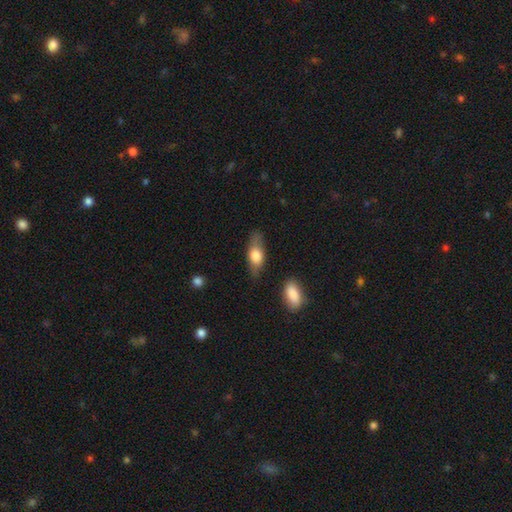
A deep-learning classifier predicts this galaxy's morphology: Smooth or featured: smooth — 64% (featured or disk — 30%)
How rounded: in between — 72% (cigar-shaped — 21%)
Merging: none — 70% (minor disturbance — 21%)